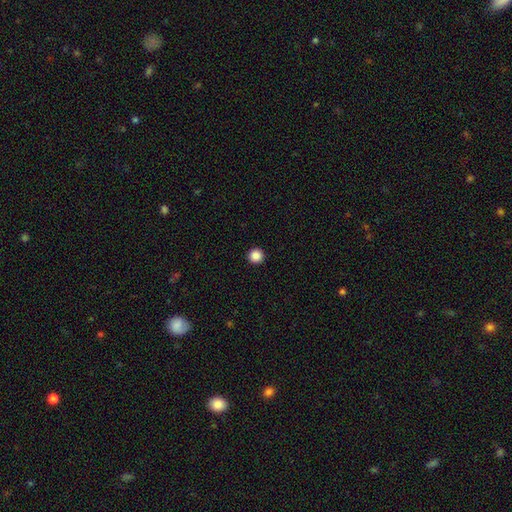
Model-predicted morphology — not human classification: Smooth or featured: smooth — 88% (star or artifact — 10%)
How rounded: round — 96% (in between — 3%)
Merging: none — 94% (minor disturbance — 3%)